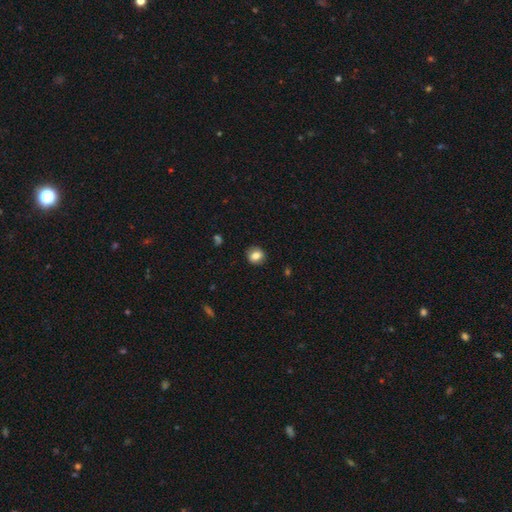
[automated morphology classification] Q: Smooth or featured?
A: smooth (78%); runner-up: featured or disk (13%)
Q: How rounded?
A: round (69%); runner-up: in between (30%)
Q: Merging?
A: none (86%); runner-up: minor disturbance (10%)